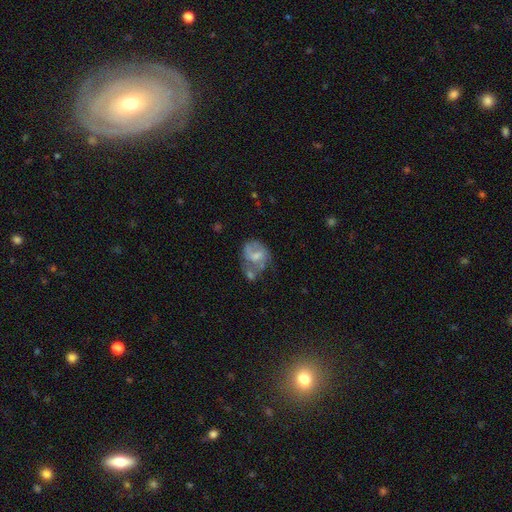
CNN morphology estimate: Q: Smooth or featured?
A: featured or disk (55%); runner-up: smooth (37%)
Q: Edge-on disk?
A: no (97%); runner-up: yes (3%)
Q: Bar?
A: no (50%); runner-up: weak (41%)
Q: Spiral arms?
A: yes (60%); runner-up: no (40%)
Q: Bulge size?
A: moderate (43%); runner-up: small (36%)
Q: Merging?
A: none (32%); runner-up: merger (26%)